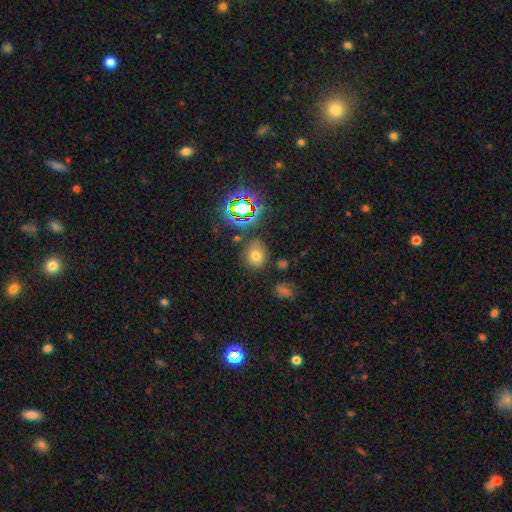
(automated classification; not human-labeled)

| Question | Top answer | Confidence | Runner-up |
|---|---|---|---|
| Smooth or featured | smooth | 67% | star or artifact (23%) |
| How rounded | round | 66% | in between (33%) |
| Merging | none | 77% | minor disturbance (14%) |